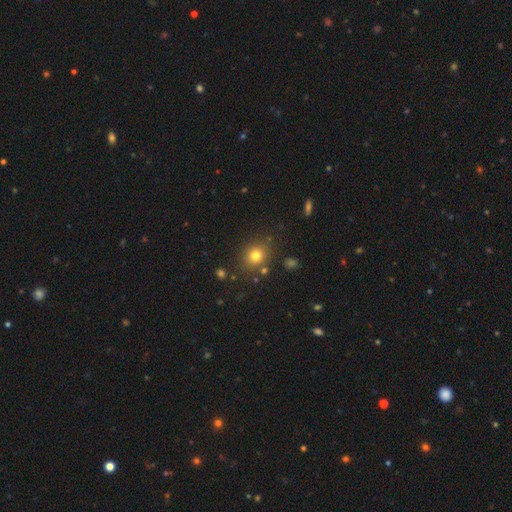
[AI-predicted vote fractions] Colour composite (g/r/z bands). It shows a smooth galaxy with no disk features (76%) that is round (72%). Merging: none (82%).